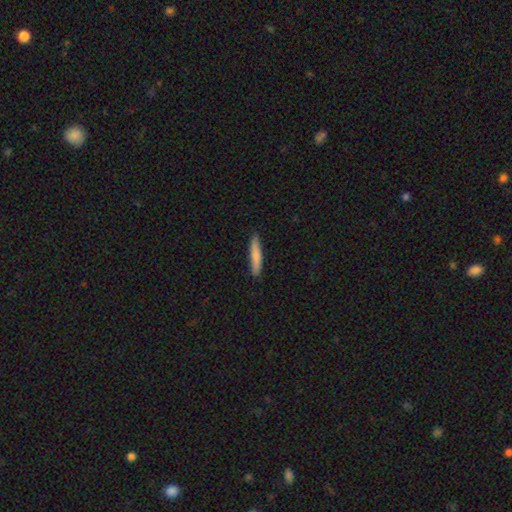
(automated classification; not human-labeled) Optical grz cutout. It shows a smooth galaxy with no disk features (79%) that is cigar-shaped (91%). Merging: none (87%).